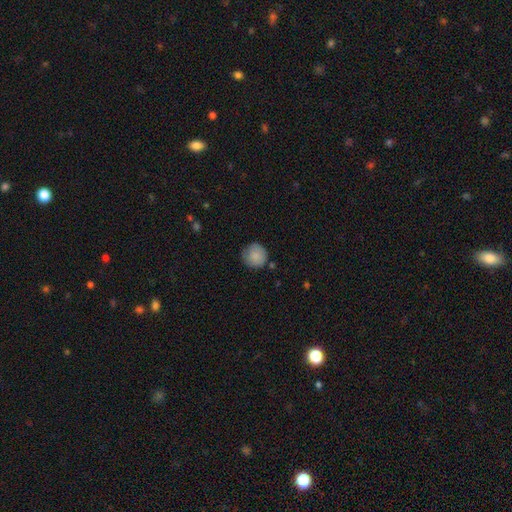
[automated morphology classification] Smooth or featured? smooth (86%)
How rounded? round (93%)
Merging? none (78%)